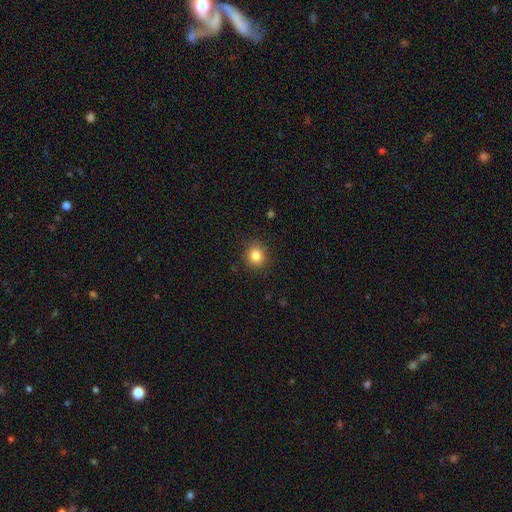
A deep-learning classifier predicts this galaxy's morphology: A smooth galaxy with no disk features (83%) that is round (86%). Merging: none (90%).